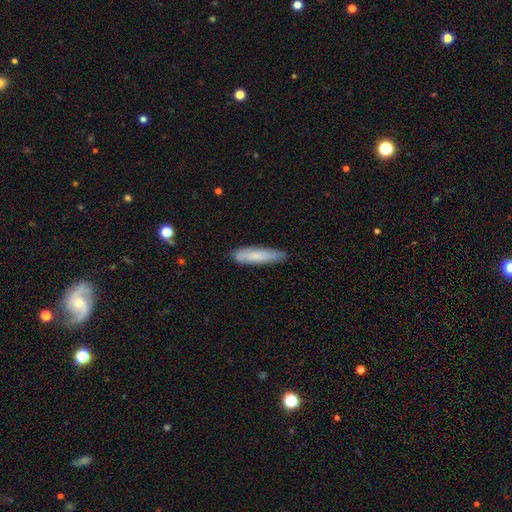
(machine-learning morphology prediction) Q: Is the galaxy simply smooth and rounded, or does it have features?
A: smooth — 74%.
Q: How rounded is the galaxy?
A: cigar-shaped — 81%.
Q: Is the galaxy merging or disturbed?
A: none — 81%.